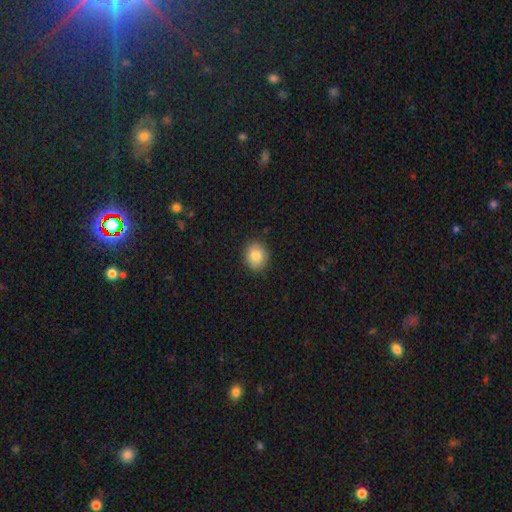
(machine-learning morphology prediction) Smooth or featured?
  - smooth: 84% *
  - star or artifact: 8%
  - featured or disk: 8%
How rounded?
  - round: 69% *
  - in between: 30%
  - cigar-shaped: 1%
Merging?
  - none: 90% *
  - minor disturbance: 8%
  - major disturbance: 2%
  - merger: 1%